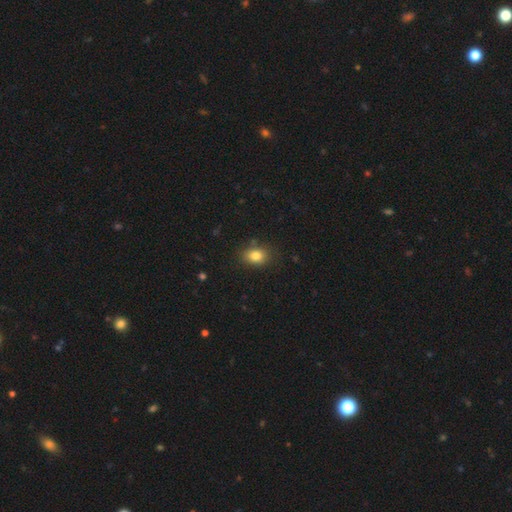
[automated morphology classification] Smooth or featured?
  - smooth: 83% *
  - star or artifact: 10%
  - featured or disk: 7%
How rounded?
  - in between: 65% *
  - round: 34%
  - cigar-shaped: 1%
Merging?
  - none: 80% *
  - minor disturbance: 14%
  - major disturbance: 4%
  - merger: 2%